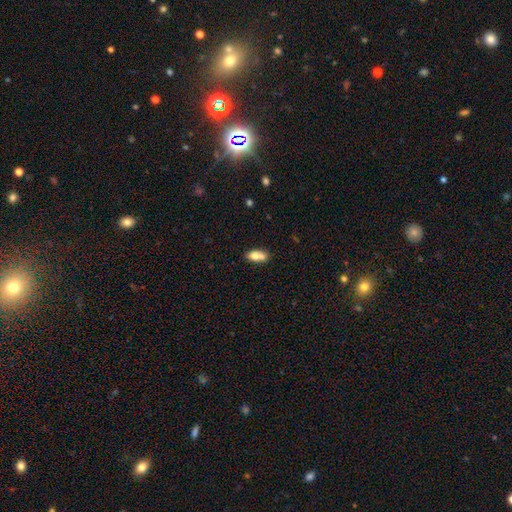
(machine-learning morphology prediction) Smooth or featured: smooth — 72% (featured or disk — 20%)
How rounded: in between — 82% (cigar-shaped — 12%)
Merging: none — 51% (merger — 28%)